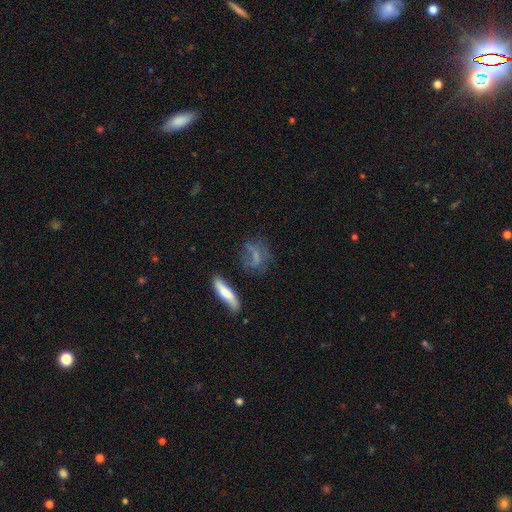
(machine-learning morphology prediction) Smooth or featured?
  - smooth: 51% *
  - featured or disk: 33%
  - star or artifact: 15%
How rounded?
  - in between: 45% *
  - round: 29%
  - cigar-shaped: 26%
Merging?
  - none: 51% *
  - minor disturbance: 22%
  - major disturbance: 19%
  - merger: 8%